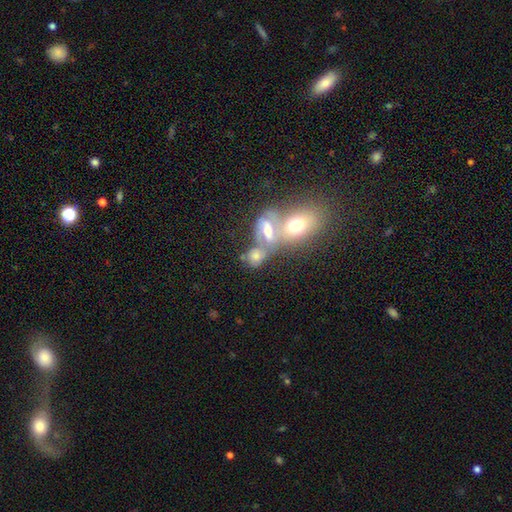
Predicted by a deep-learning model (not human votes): Smooth or featured? Predicted: smooth (p=0.54). How rounded? Predicted: in between (p=0.61). Merging? Predicted: merger (p=0.58).